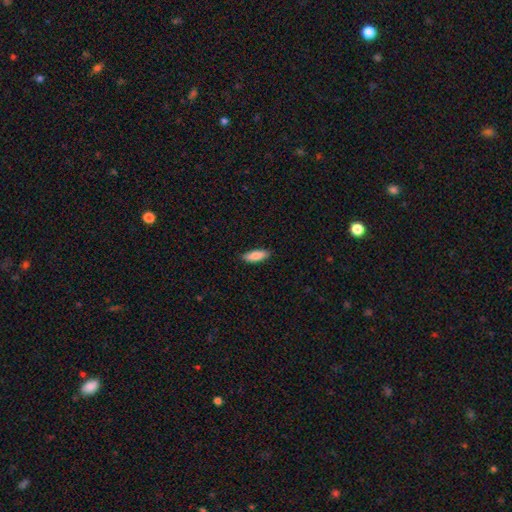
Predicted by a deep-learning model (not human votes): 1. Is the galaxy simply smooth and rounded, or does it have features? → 87% smooth, 7% featured or disk, 6% star or artifact.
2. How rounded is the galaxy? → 62% in between, 36% cigar-shaped, 2% round.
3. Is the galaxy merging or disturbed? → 86% none, 11% minor disturbance, 2% major disturbance, 1% merger.